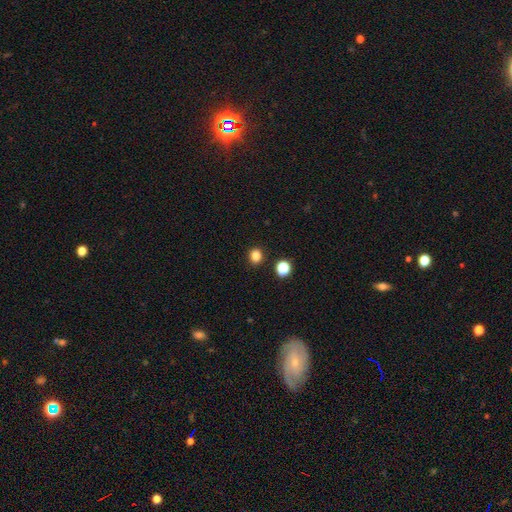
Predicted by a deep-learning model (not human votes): smooth-or-featured: smooth: 82% | star or artifact: 13% | featured or disk: 4%
  how-rounded: round: 73% | in between: 26% | cigar-shaped: 1%
  merging: none: 89% | minor disturbance: 6% | merger: 3% | major disturbance: 2%